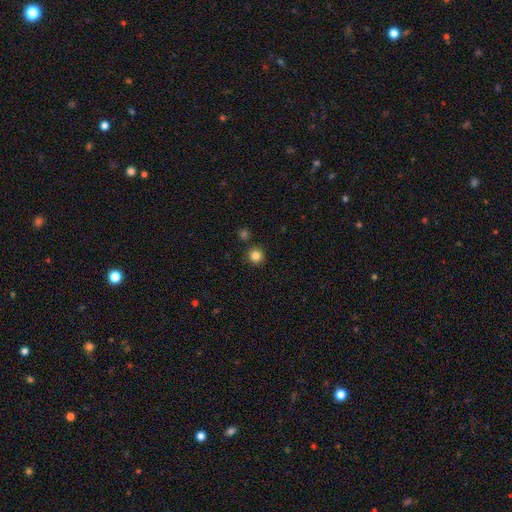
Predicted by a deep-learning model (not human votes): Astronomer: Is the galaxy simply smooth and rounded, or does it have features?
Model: smooth — 83%.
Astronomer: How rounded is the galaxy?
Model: round — 95%.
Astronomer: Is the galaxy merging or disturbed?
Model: none — 89%.